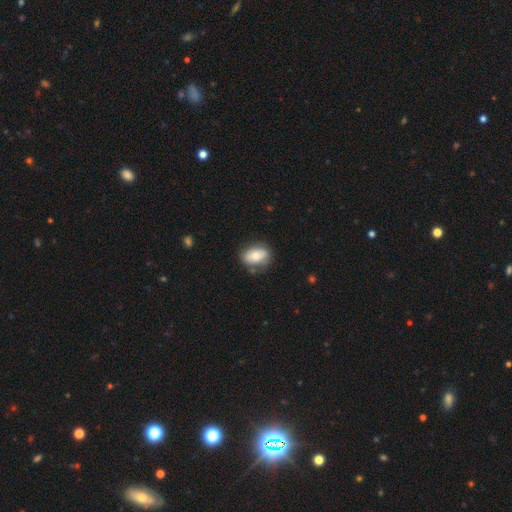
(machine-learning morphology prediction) smooth-or-featured: smooth: 71% | featured or disk: 22% | star or artifact: 7%
  how-rounded: in between: 83% | round: 15% | cigar-shaped: 2%
  merging: none: 74% | minor disturbance: 19% | major disturbance: 5% | merger: 3%